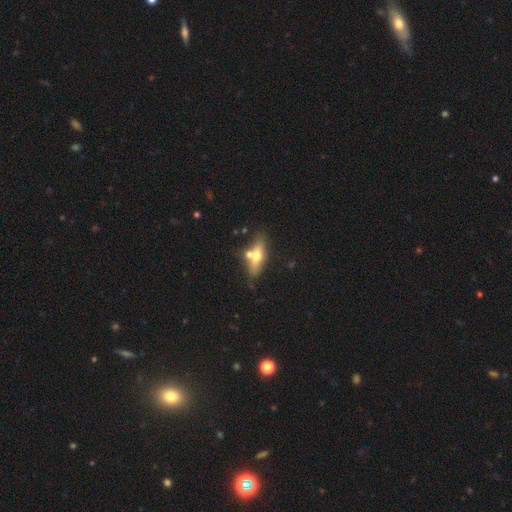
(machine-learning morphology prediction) smooth-or-featured: smooth: 52% | featured or disk: 41% | star or artifact: 7%
  how-rounded: in between: 56% | cigar-shaped: 39% | round: 5%
  merging: none: 57% | merger: 24% | minor disturbance: 14% | major disturbance: 5%